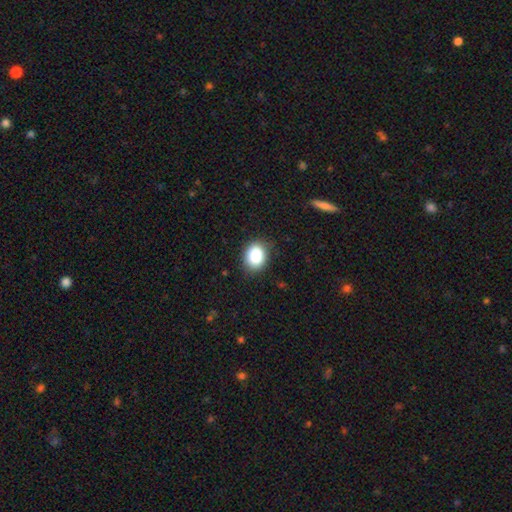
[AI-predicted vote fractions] This appears to be a smooth galaxy with no disk features (86%) that is in between round and cigar-shaped (54%). Merging: none (84%).